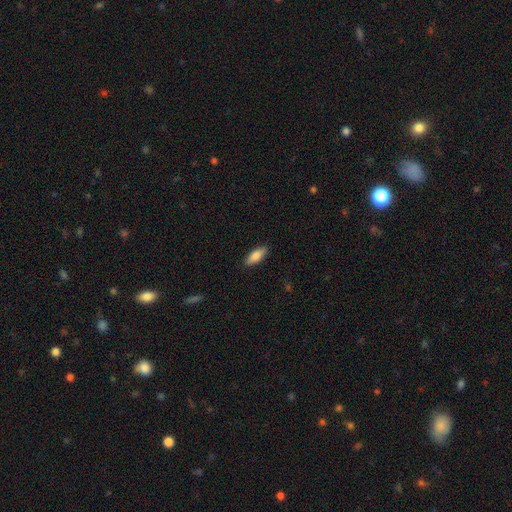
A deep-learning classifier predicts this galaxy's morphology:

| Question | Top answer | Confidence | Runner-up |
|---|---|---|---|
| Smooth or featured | smooth | 82% | featured or disk (12%) |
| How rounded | in between | 70% | cigar-shaped (28%) |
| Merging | none | 88% | minor disturbance (9%) |